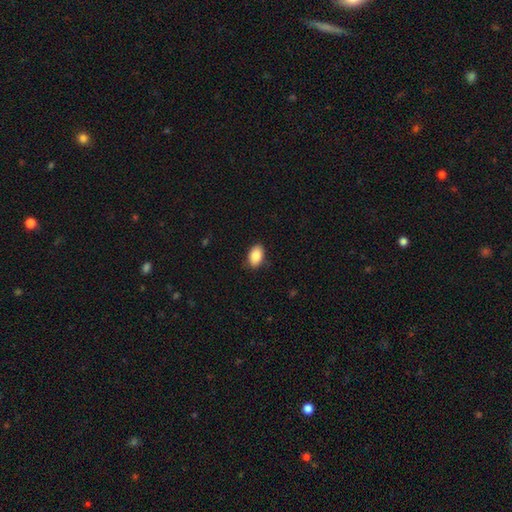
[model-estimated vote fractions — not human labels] smooth 88%, star or artifact 7%, featured or disk 5%. Down the decision tree: how rounded — in between (90%); merging — none (86%).